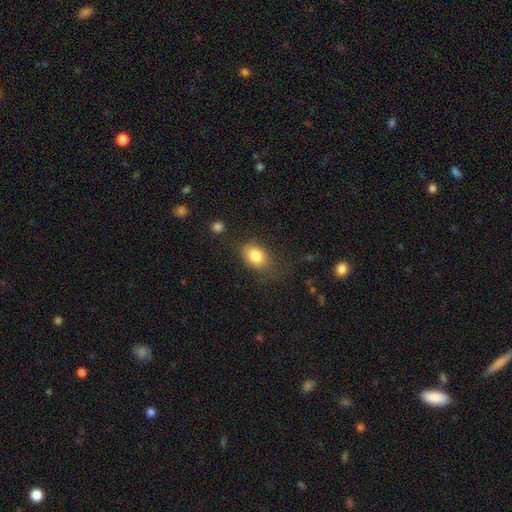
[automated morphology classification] Smooth or featured?
  - smooth: 81% *
  - featured or disk: 10%
  - star or artifact: 9%
How rounded?
  - in between: 72% *
  - round: 26%
  - cigar-shaped: 1%
Merging?
  - none: 66% *
  - minor disturbance: 22%
  - major disturbance: 10%
  - merger: 2%